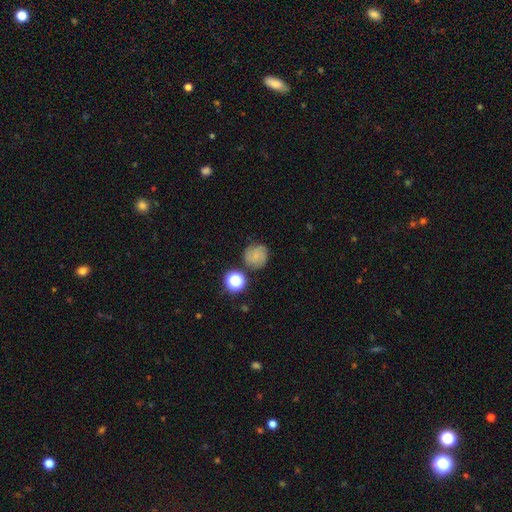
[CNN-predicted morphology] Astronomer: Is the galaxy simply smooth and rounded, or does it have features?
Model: smooth — 51% (runner-up: featured or disk, 35%).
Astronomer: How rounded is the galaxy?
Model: round — 88%.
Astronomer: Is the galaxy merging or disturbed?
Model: none — 73%.